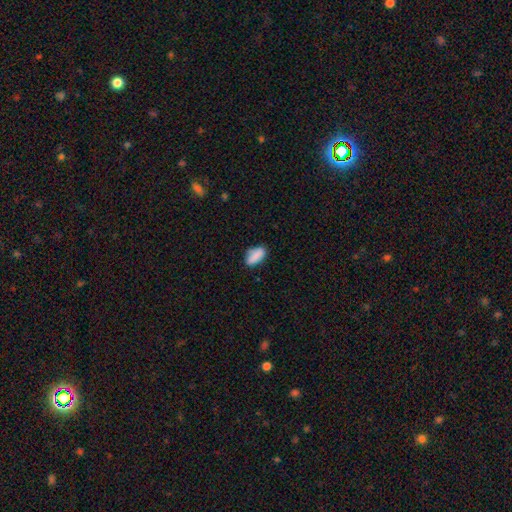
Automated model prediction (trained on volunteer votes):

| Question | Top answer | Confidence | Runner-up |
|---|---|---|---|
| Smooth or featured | smooth | 86% | star or artifact (7%) |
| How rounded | in between | 89% | cigar-shaped (7%) |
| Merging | none | 77% | minor disturbance (18%) |